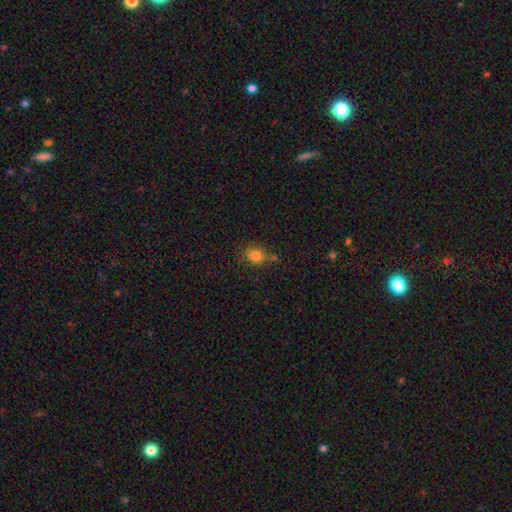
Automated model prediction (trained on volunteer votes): This is likely a smooth galaxy (80%). How rounded: likely round (75%). Merging: likely none (69%).